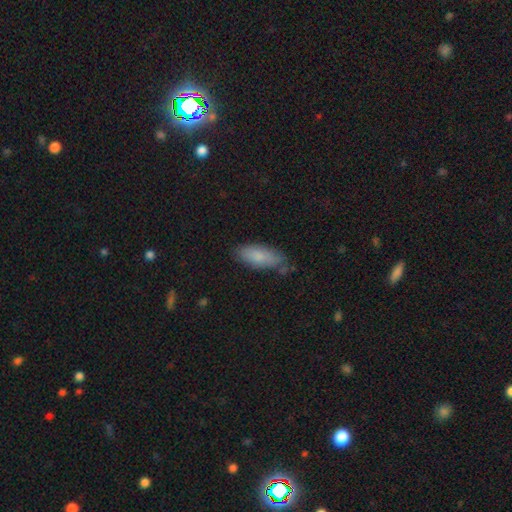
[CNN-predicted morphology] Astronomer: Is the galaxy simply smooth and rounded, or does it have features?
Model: smooth — 80%.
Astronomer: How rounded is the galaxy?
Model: in between — 73%.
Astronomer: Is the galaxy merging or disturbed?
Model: none — 71%.